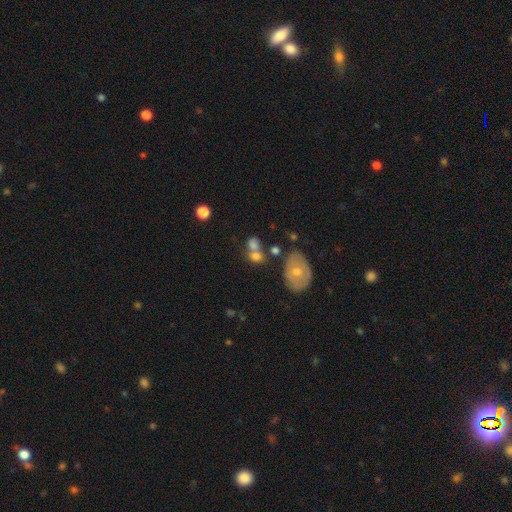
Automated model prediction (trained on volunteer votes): Overall: smooth (72%). How rounded: round (51%; in between 47%). Merging: merger (46%; none 36%).